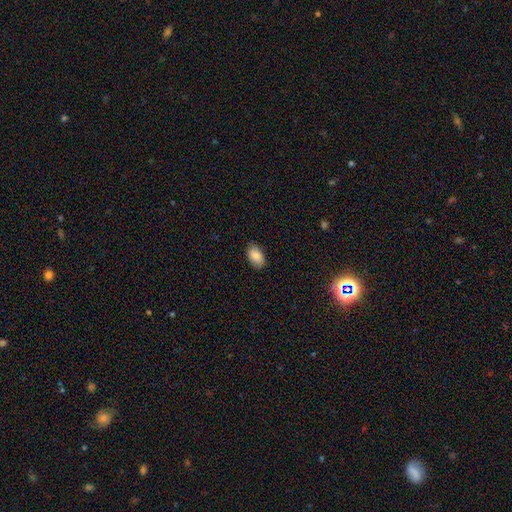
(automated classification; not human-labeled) Smooth or featured: smooth — 88% (star or artifact — 7%)
How rounded: in between — 93% (round — 5%)
Merging: none — 85% (minor disturbance — 12%)